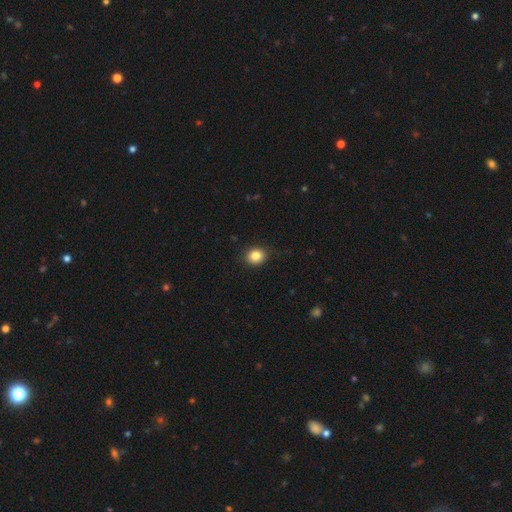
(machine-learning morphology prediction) Overall: smooth (84%). How rounded: round (73%). Merging: none (87%).